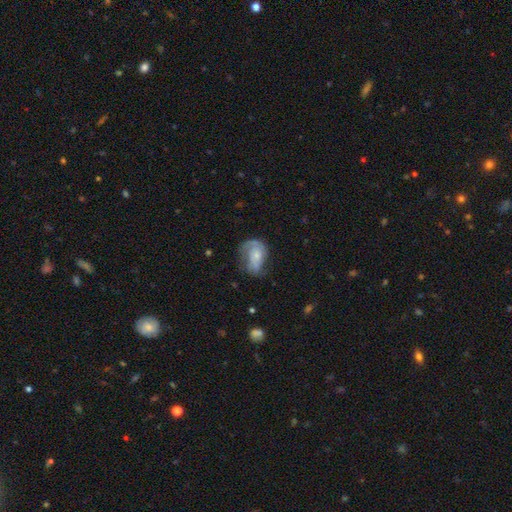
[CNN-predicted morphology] Overall: featured or disk (54%; smooth 38%). Edge-on disk: no (97%). Bar: no (75%). Spiral arms: yes (72%). Bulge size: small (57%; moderate 28%). Merging: none (37%; major disturbance 33%).